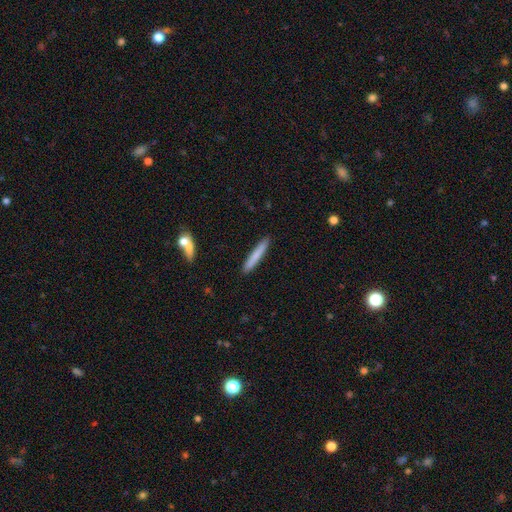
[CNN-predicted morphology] This appears to be a smooth galaxy with no disk features (75%) that is cigar-shaped (95%). Merging: none (90%).